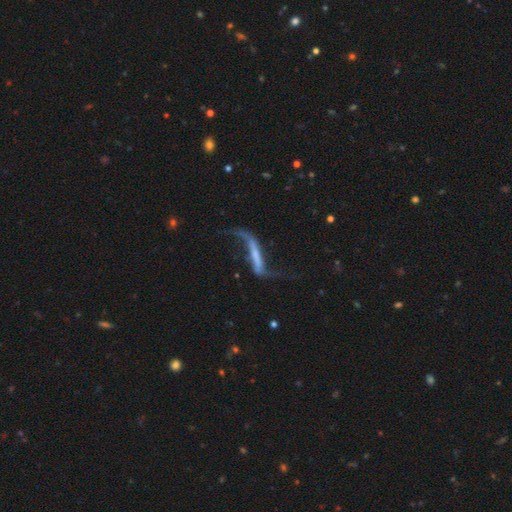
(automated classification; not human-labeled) A featured or disk galaxy (80%) with a strong bar (56%), 2 (87%) loose (94%) spiral arms (89%) and no central bulge (51%).

Vote fractions:
- Smooth or featured? featured or disk: 80% / smooth: 12% / star or artifact: 7%
- Edge-on disk? no: 75% / yes: 25%
- Bar? strong: 56% / weak: 23% / no: 22%
- Spiral arms? yes: 89% / no: 11%
- Spiral winding? loose: 94% / medium: 4% / tight: 2%
- Spiral arm count? 2: 87% / 1: 9% / can't tell: 2% / 3: 1% / more than 4: 1% / 4: 1%
- Bulge size? none: 51% / small: 29% / moderate: 12% / large: 5% / dominant: 3%
- Merging? none: 49% / major disturbance: 28% / minor disturbance: 17% / merger: 6%